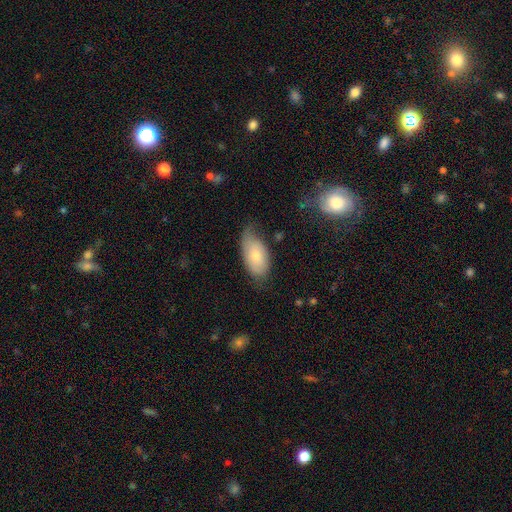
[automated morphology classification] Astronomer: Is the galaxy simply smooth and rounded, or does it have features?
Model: smooth — 68%.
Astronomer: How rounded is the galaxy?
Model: in between — 94%.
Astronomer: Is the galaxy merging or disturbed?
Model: none — 48% (runner-up: minor disturbance, 36%).